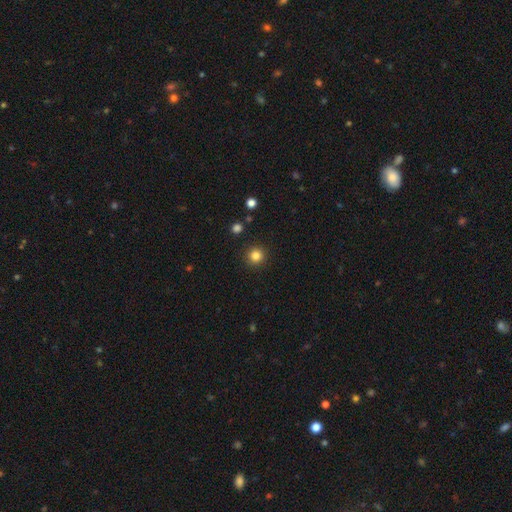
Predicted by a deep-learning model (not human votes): smooth-or-featured: smooth: 83% | star or artifact: 12% | featured or disk: 5%
  how-rounded: round: 95% | in between: 4% | cigar-shaped: 1%
  merging: none: 92% | minor disturbance: 5% | major disturbance: 2% | merger: 1%